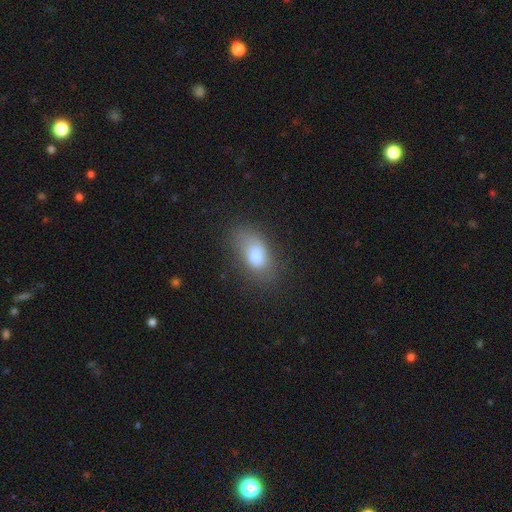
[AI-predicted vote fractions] A smooth galaxy with no disk features (77%) that is in between round and cigar-shaped (88%).

Vote fractions:
- Smooth or featured? smooth: 77% / featured or disk: 14% / star or artifact: 9%
- How rounded? in between: 88% / round: 9% / cigar-shaped: 3%
- Merging? none: 58% / minor disturbance: 27% / major disturbance: 13% / merger: 2%